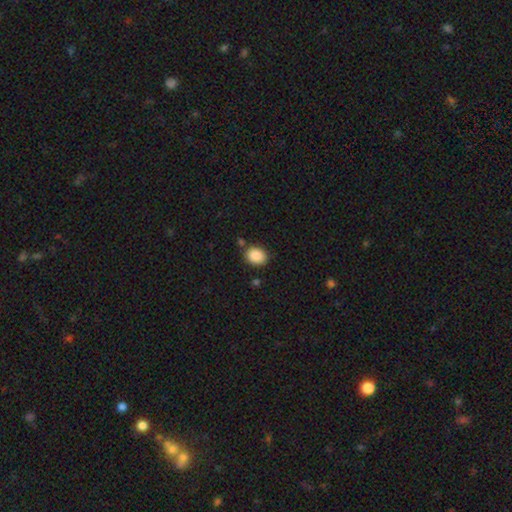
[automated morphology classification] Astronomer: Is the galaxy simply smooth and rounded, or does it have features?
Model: smooth — 88%.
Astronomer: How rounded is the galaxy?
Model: in between — 57% (runner-up: round, 43%).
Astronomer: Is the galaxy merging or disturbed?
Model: none — 80%.